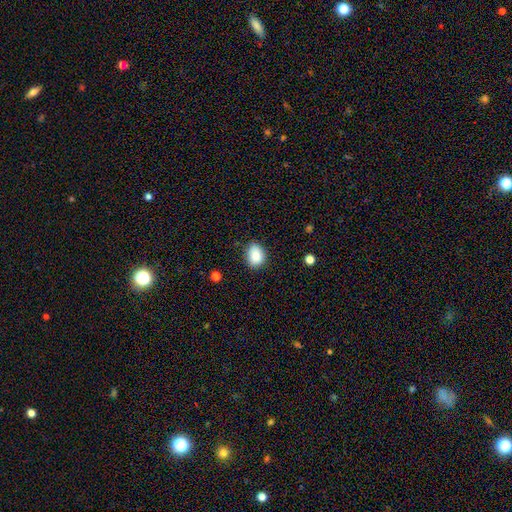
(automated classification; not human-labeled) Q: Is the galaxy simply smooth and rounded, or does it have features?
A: smooth — 86%.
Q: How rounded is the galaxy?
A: in between — 65%.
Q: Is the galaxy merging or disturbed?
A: none — 79%.